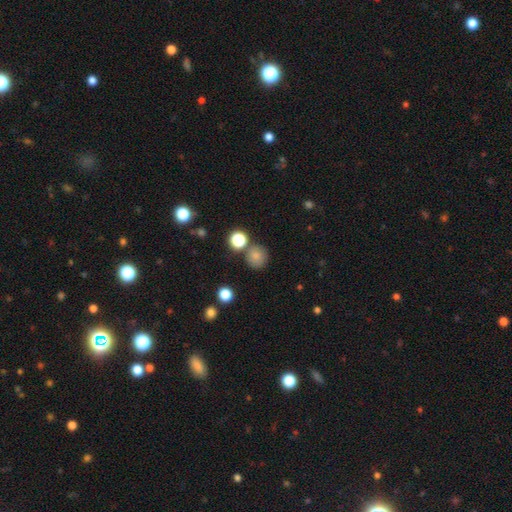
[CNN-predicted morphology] Smooth or featured? Predicted: smooth (p=0.79). How rounded? Predicted: round (p=0.88). Merging? Predicted: none (p=0.75).